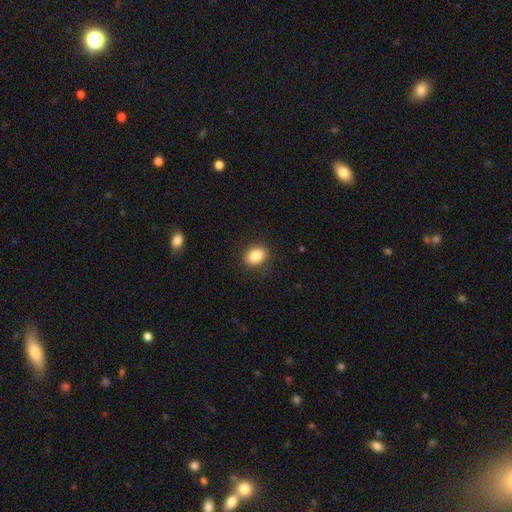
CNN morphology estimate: A smooth galaxy with no disk features (86%) that is in between round and cigar-shaped (60%).

Vote fractions:
- Smooth or featured? smooth: 86% / star or artifact: 9% / featured or disk: 5%
- How rounded? in between: 60% / round: 39% / cigar-shaped: 1%
- Merging? none: 88% / minor disturbance: 8% / major disturbance: 3% / merger: 1%